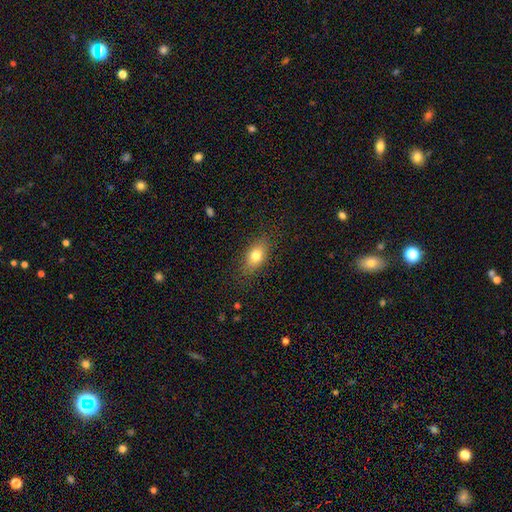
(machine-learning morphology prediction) Smooth or featured? Predicted: smooth (p=0.78). How rounded? Predicted: in between (p=0.82). Merging? Predicted: none (p=0.83).